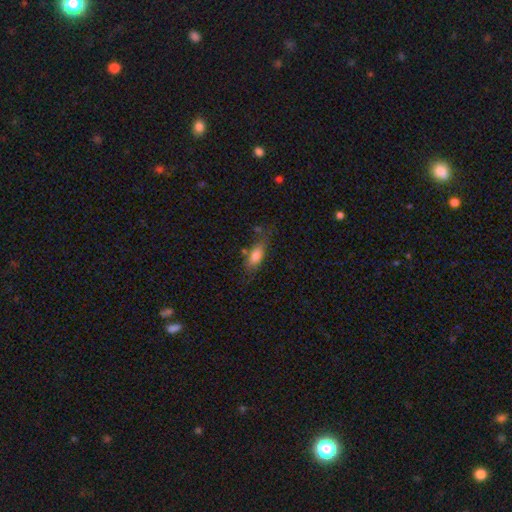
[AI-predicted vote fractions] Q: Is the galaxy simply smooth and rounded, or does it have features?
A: smooth — 75%.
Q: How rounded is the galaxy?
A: in between — 72%.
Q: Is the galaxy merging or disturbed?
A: none — 60%.